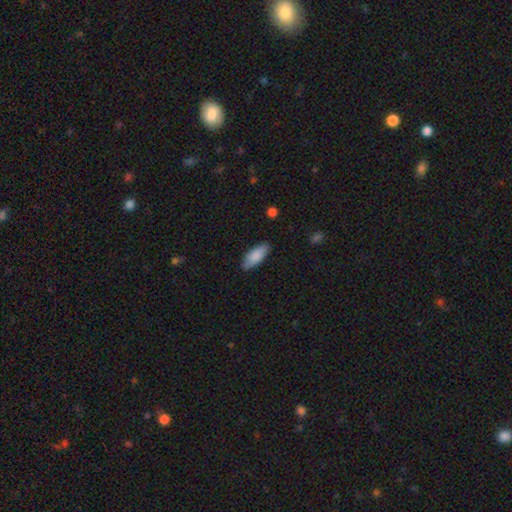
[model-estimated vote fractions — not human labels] This is clearly a smooth galaxy (84%). How rounded: likely in between (80%). Merging: clearly none (83%).